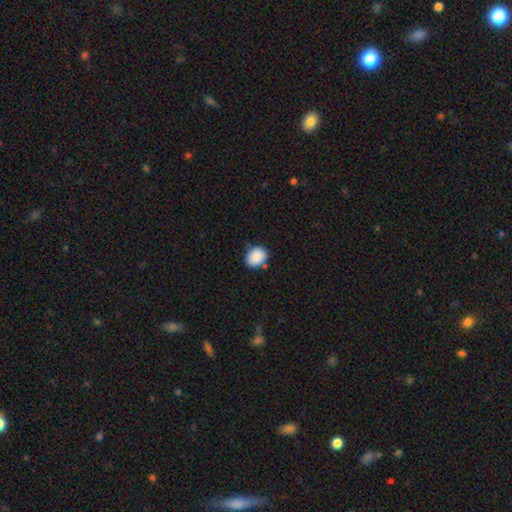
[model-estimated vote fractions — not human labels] Smooth or featured? Predicted: smooth (p=0.88). How rounded? Predicted: in between (p=0.53). Merging? Predicted: none (p=0.76).